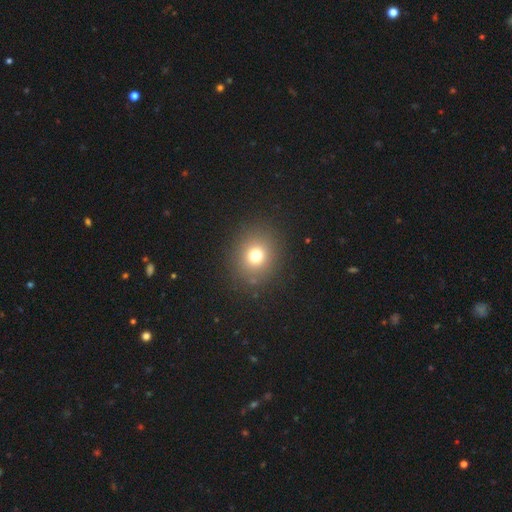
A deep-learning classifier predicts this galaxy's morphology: Overall: smooth (73%). How rounded: round (78%). Merging: none (88%).